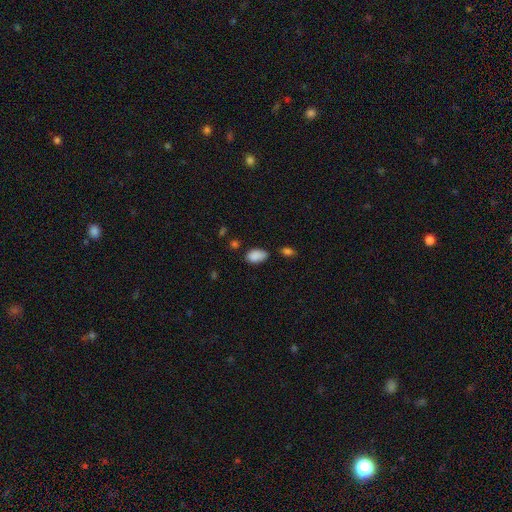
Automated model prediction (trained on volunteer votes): Smooth or featured?
  - smooth: 87% *
  - star or artifact: 9%
  - featured or disk: 5%
How rounded?
  - in between: 91% *
  - round: 8%
  - cigar-shaped: 2%
Merging?
  - none: 55% *
  - minor disturbance: 32%
  - major disturbance: 7%
  - merger: 6%